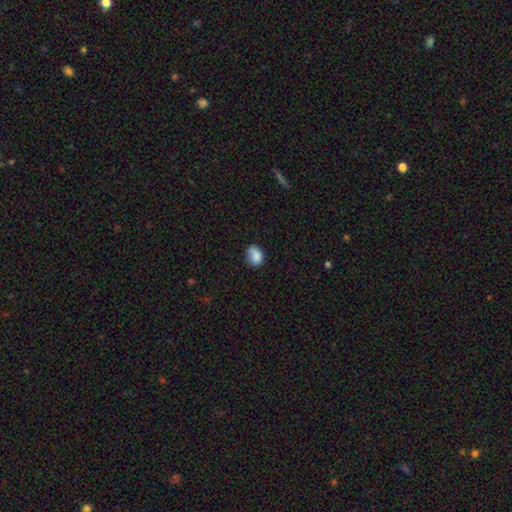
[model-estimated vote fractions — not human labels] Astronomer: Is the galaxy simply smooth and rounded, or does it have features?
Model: smooth — 84%.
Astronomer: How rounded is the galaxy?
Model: in between — 50% (runner-up: round, 49%).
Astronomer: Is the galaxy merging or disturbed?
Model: none — 59%.